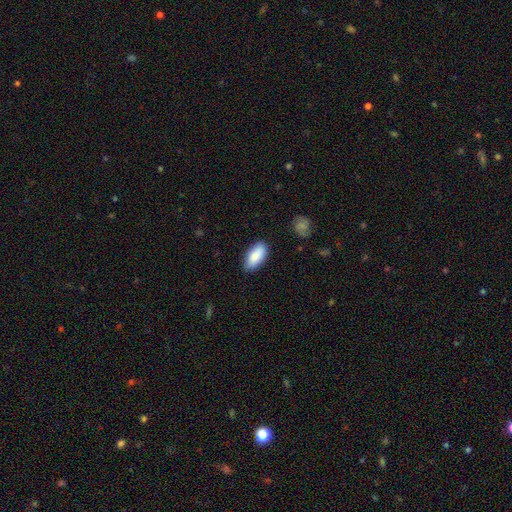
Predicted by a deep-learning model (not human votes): A smooth galaxy with no disk features (86%) that is in between round and cigar-shaped (90%).

Vote fractions:
- Smooth or featured? smooth: 86% / featured or disk: 8% / star or artifact: 6%
- How rounded? in between: 90% / cigar-shaped: 7% / round: 2%
- Merging? none: 84% / minor disturbance: 12% / major disturbance: 2% / merger: 1%